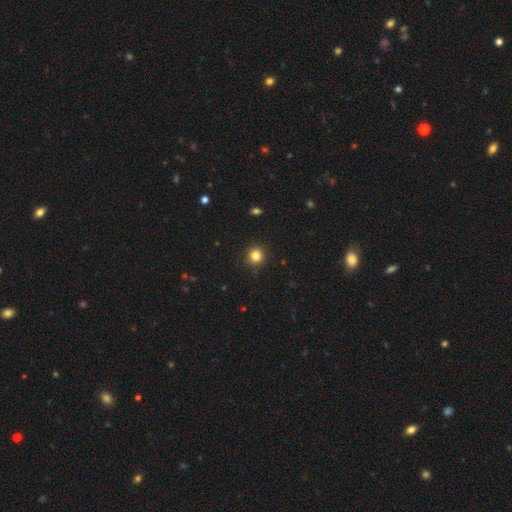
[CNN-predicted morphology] Smooth or featured?
  - smooth: 83% *
  - star or artifact: 12%
  - featured or disk: 5%
How rounded?
  - round: 94% *
  - in between: 5%
  - cigar-shaped: 1%
Merging?
  - none: 92% *
  - minor disturbance: 5%
  - major disturbance: 2%
  - merger: 1%